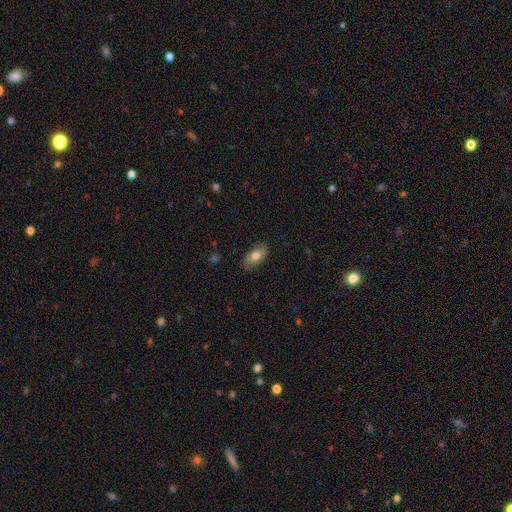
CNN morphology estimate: Q: Smooth or featured?
A: smooth (74%); runner-up: featured or disk (19%)
Q: How rounded?
A: in between (91%); runner-up: cigar-shaped (5%)
Q: Merging?
A: none (85%); runner-up: minor disturbance (12%)